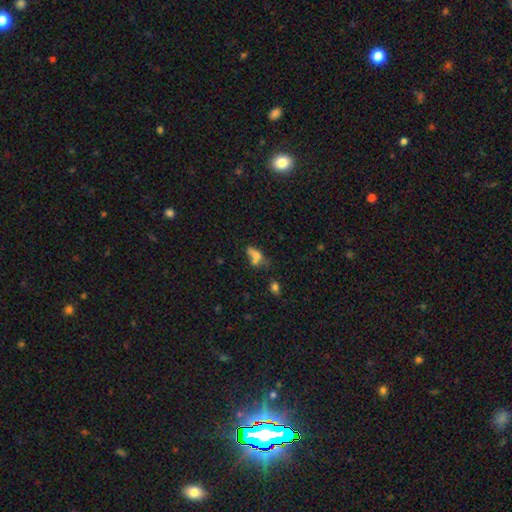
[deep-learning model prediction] A smooth galaxy with no disk features (63%) that is in between round and cigar-shaped (70%). Merging: merger (40%).